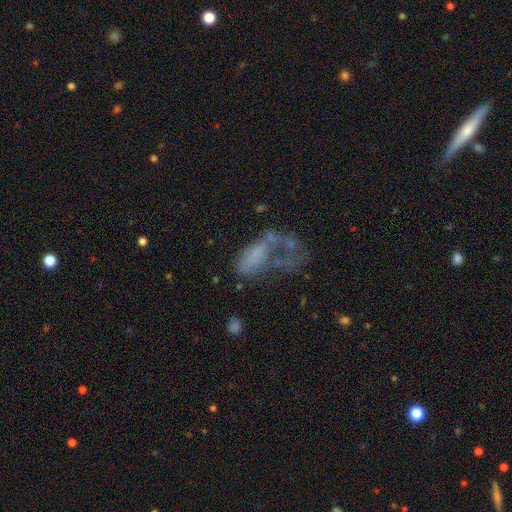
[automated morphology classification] Smooth or featured?
  - smooth: 46% *
  - featured or disk: 40%
  - star or artifact: 14%
Merging?
  - major disturbance: 48% *
  - merger: 24%
  - none: 16%
  - minor disturbance: 12%